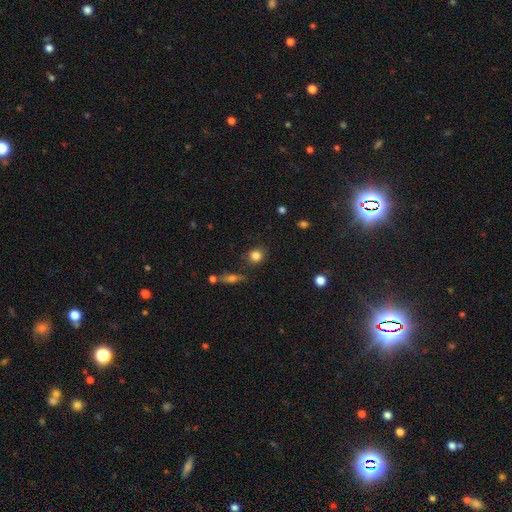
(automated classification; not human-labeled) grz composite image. It shows a smooth galaxy with no disk features (83%) that is round (83%). Merging: none (82%).